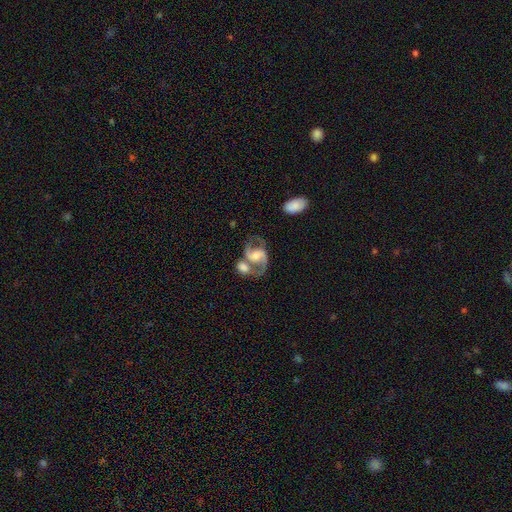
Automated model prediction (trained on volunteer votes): A featured or disk galaxy (85%) with a weak bar (42%), 2 (91%) medium (55%) spiral arms (95%) and a moderate central bulge (47%).

Vote fractions:
- Smooth or featured? featured or disk: 85% / smooth: 10% / star or artifact: 6%
- Edge-on disk? no: 97% / yes: 3%
- Bar? weak: 42% / no: 39% / strong: 19%
- Spiral arms? yes: 95% / no: 5%
- Spiral winding? medium: 55% / loose: 33% / tight: 12%
- Spiral arm count? 2: 91% / can't tell: 3% / 1: 3% / 3: 1% / 4: 1% / more than 4: 1%
- Bulge size? moderate: 47% / small: 33% / large: 11% / none: 7% / dominant: 2%
- Merging? none: 40% / merger: 37% / minor disturbance: 13% / major disturbance: 9%